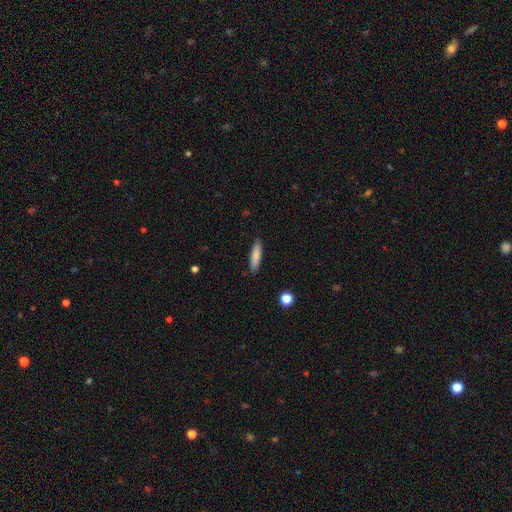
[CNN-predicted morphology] This is clearly a smooth galaxy (83%). How rounded: likely cigar-shaped (78%). Merging: clearly none (89%).